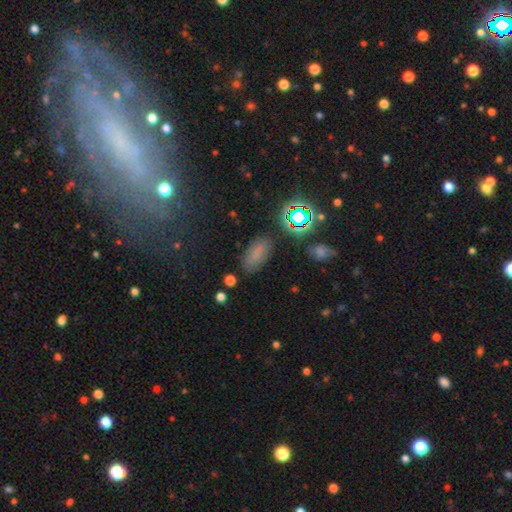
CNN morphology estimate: This is likely a smooth galaxy (66%). How rounded: clearly in between (89%). Merging: likely none (79%).